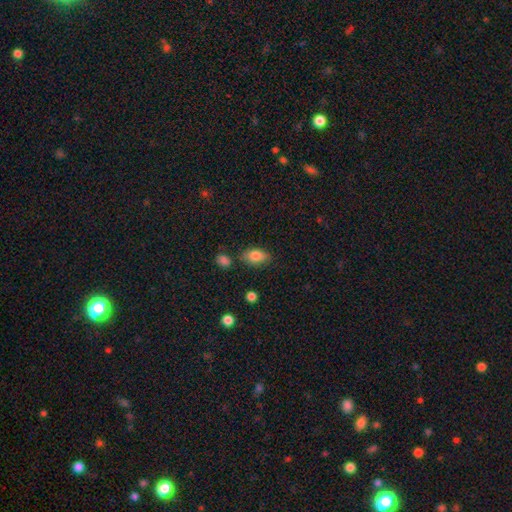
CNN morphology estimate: Smooth or featured: smooth — 82% (featured or disk — 10%)
How rounded: in between — 88% (round — 9%)
Merging: none — 76% (minor disturbance — 16%)